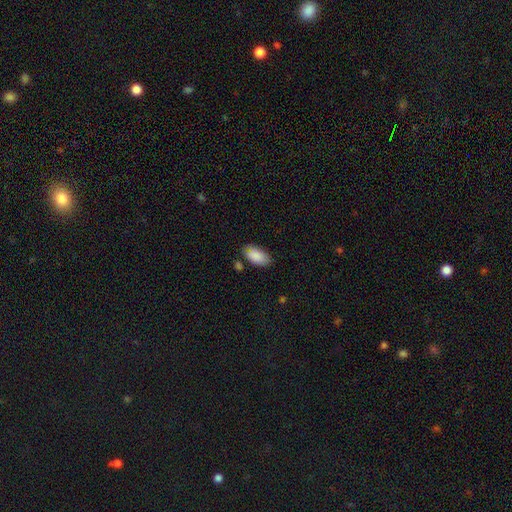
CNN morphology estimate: A smooth galaxy with no disk features (85%) that is in between round and cigar-shaped (94%).

Vote fractions:
- Smooth or featured? smooth: 85% / featured or disk: 9% / star or artifact: 7%
- How rounded? in between: 94% / cigar-shaped: 3% / round: 3%
- Merging? none: 72% / minor disturbance: 19% / merger: 5% / major disturbance: 4%